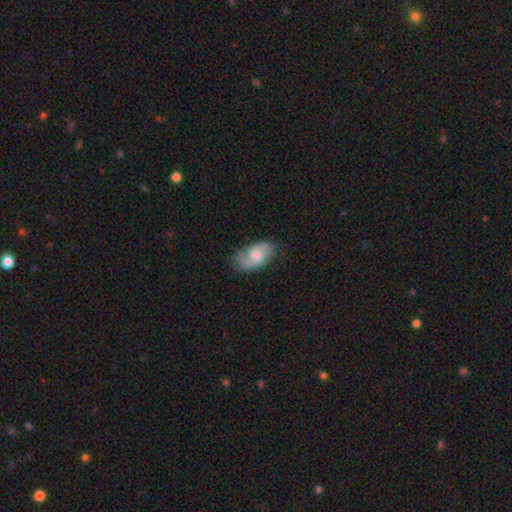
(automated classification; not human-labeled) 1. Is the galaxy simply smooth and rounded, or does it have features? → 61% featured or disk, 33% smooth, 6% star or artifact.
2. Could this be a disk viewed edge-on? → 96% no, 4% yes.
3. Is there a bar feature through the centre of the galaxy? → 52% no, 42% weak, 6% strong.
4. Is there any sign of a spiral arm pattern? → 91% yes, 9% no.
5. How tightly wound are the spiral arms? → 47% medium, 34% loose, 20% tight.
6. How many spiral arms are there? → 84% 2, 9% can't tell, 4% 1, 1% 3, 1% 4, 1% more than 4.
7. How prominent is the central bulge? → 48% moderate, 34% small, 9% none, 8% large, 1% dominant.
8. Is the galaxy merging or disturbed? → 74% none, 19% minor disturbance, 6% major disturbance, 1% merger.